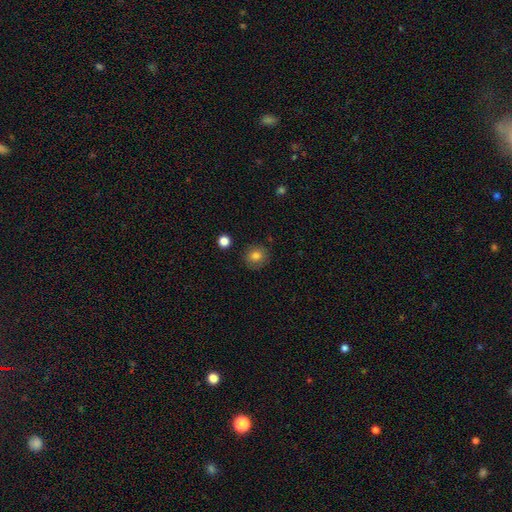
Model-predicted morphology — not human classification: This appears to be a smooth galaxy with no disk features (81%) that is round (88%). Merging: none (87%).